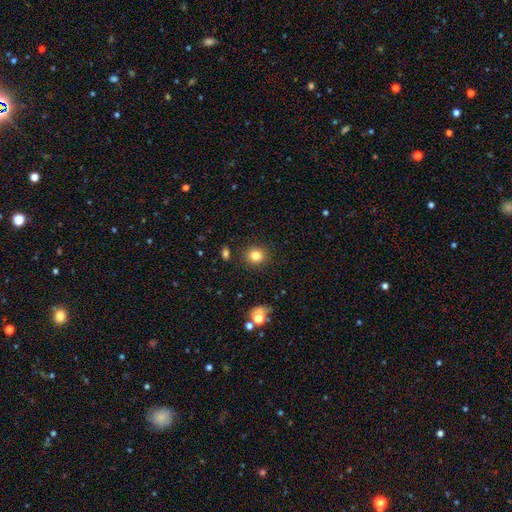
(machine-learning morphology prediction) A smooth galaxy with no disk features (82%) that is round (85%).

Vote fractions:
- Smooth or featured? smooth: 82% / star or artifact: 12% / featured or disk: 6%
- How rounded? round: 85% / in between: 14% / cigar-shaped: 1%
- Merging? none: 88% / minor disturbance: 7% / major disturbance: 3% / merger: 2%